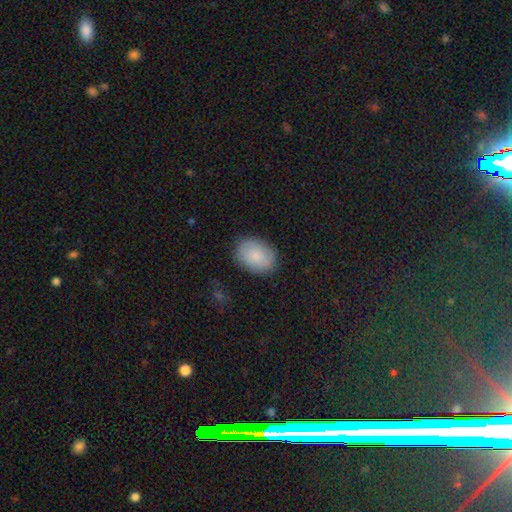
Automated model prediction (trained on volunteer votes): Smooth or featured?
  - smooth: 72% *
  - featured or disk: 20%
  - star or artifact: 7%
How rounded?
  - in between: 72% *
  - round: 27%
  - cigar-shaped: 1%
Merging?
  - none: 84% *
  - minor disturbance: 12%
  - major disturbance: 3%
  - merger: 1%